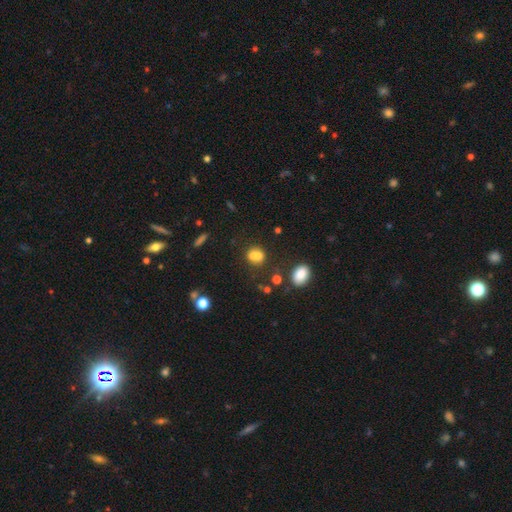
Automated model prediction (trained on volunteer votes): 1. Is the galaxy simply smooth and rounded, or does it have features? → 72% smooth, 14% star or artifact, 13% featured or disk.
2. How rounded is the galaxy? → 61% round, 38% in between, 1% cigar-shaped.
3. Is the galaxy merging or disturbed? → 45% merger, 38% none, 11% minor disturbance, 5% major disturbance.